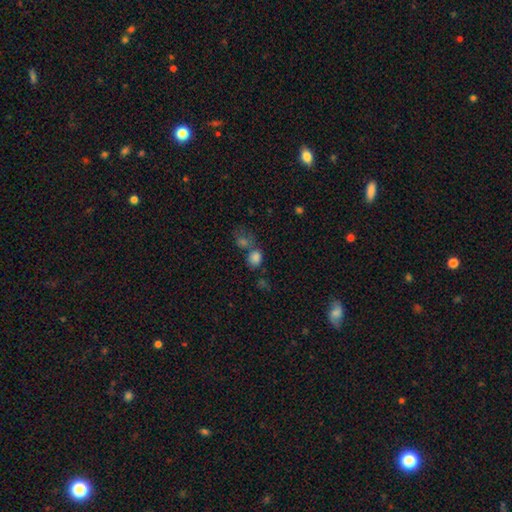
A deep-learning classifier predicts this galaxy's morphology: Smooth or featured: smooth — 80% (star or artifact — 14%)
How rounded: round — 53% (in between — 45%)
Merging: none — 51% (merger — 32%)